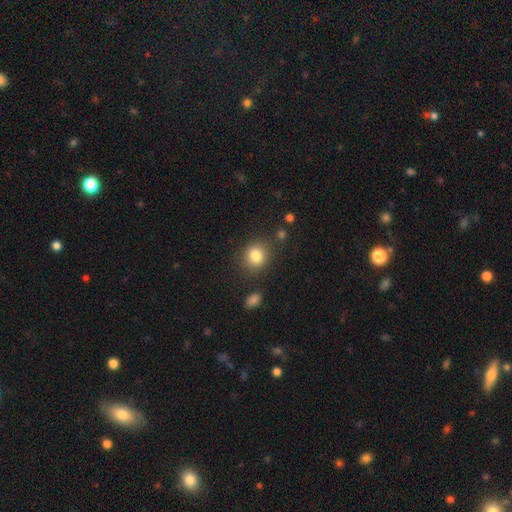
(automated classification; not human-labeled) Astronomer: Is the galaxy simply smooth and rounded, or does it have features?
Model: smooth — 83%.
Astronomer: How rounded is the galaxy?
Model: round — 80%.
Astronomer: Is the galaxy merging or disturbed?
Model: none — 82%.